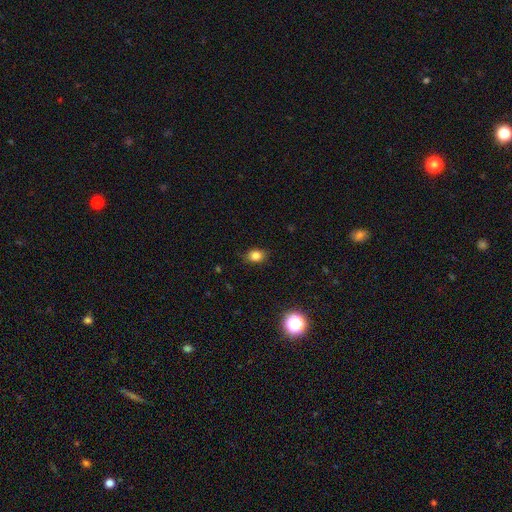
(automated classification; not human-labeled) A smooth galaxy with no disk features (81%) that is in between round and cigar-shaped (61%). Merging: none (82%).